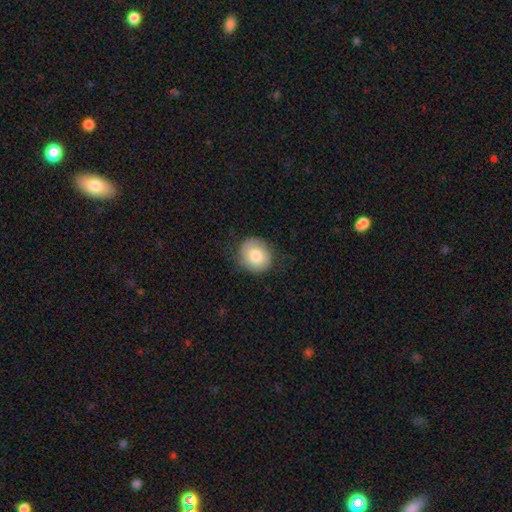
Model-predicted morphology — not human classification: smooth-or-featured: smooth: 77% | featured or disk: 16% | star or artifact: 7%
  how-rounded: round: 80% | in between: 19% | cigar-shaped: 1%
  merging: none: 78% | minor disturbance: 16% | major disturbance: 5% | merger: 1%